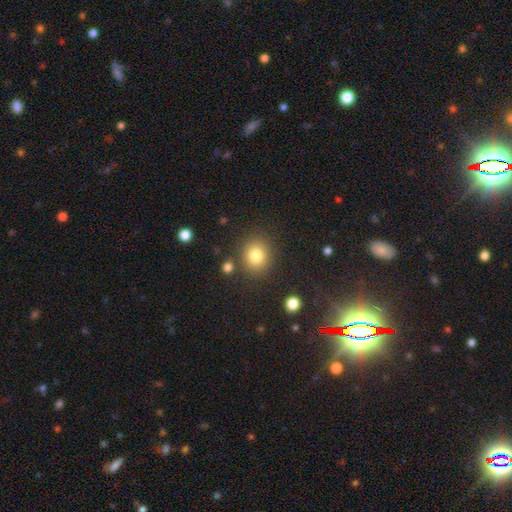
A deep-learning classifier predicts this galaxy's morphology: Smooth or featured: smooth — 81% (star or artifact — 11%)
How rounded: round — 76% (in between — 23%)
Merging: none — 83% (minor disturbance — 9%)